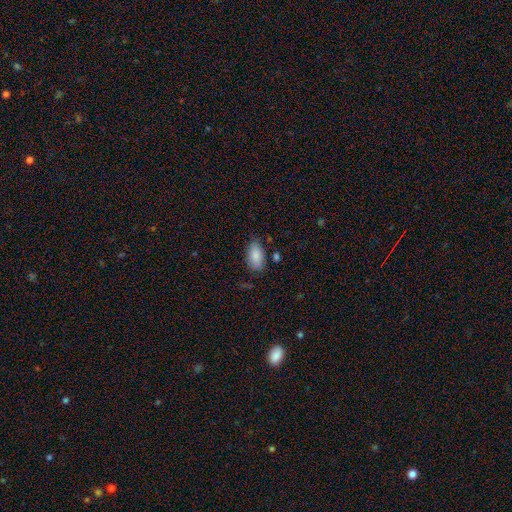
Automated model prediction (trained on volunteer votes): Overall: smooth (86%). How rounded: in between (93%). Merging: none (72%).